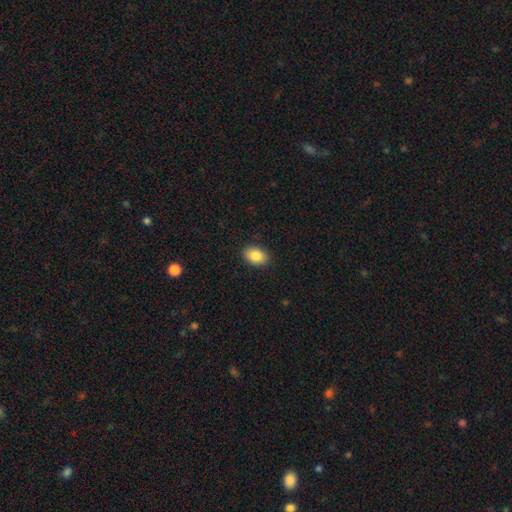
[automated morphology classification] Q: Smooth or featured?
A: smooth (85%); runner-up: star or artifact (8%)
Q: How rounded?
A: in between (80%); runner-up: round (19%)
Q: Merging?
A: none (89%); runner-up: minor disturbance (8%)